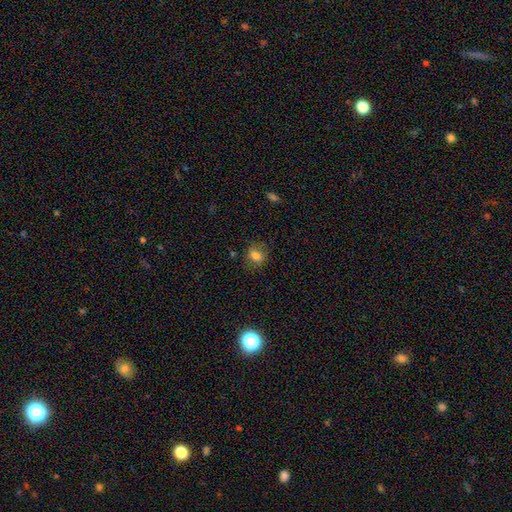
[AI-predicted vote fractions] This appears to be a smooth galaxy with no disk features (74%) that is round (55%). Merging: none (75%).